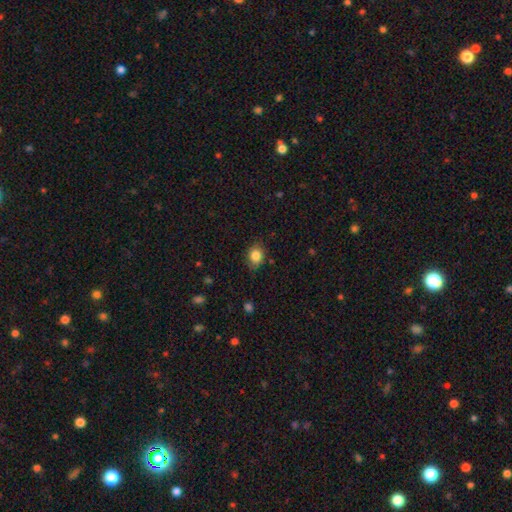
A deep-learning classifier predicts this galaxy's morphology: Smooth or featured? smooth (83%)
How rounded? in between (57%)
Merging? none (78%)